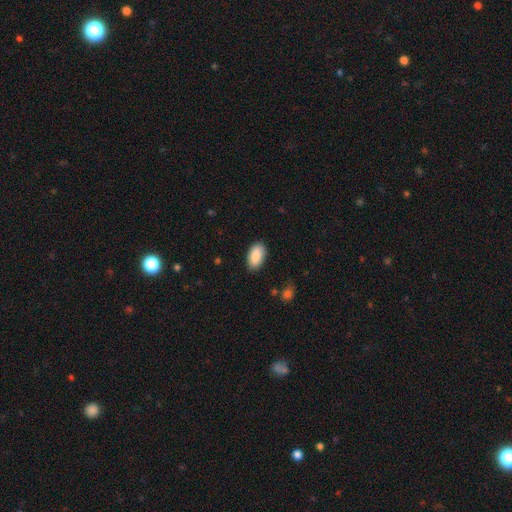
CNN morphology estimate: smooth 88%, star or artifact 6%, featured or disk 6%. Down the decision tree: how rounded — in between (94%); merging — none (84%).